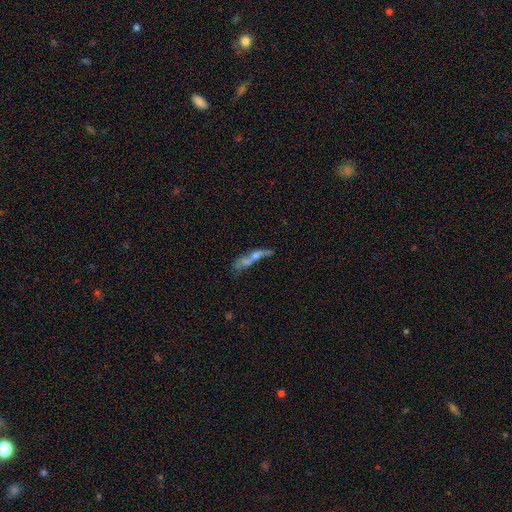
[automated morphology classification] Smooth or featured?
  - featured or disk: 50% *
  - smooth: 38%
  - star or artifact: 12%
Merging?
  - merger: 43% *
  - none: 24%
  - major disturbance: 21%
  - minor disturbance: 13%